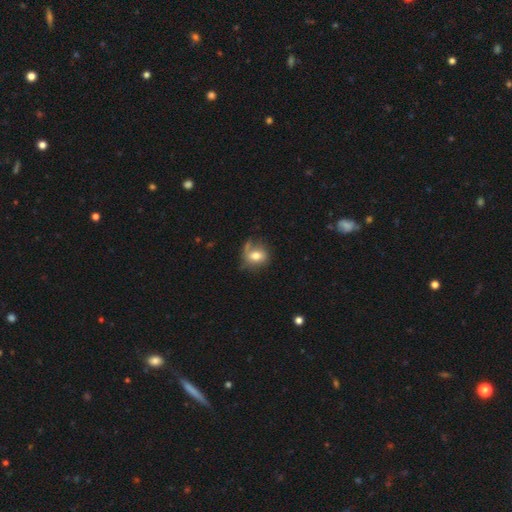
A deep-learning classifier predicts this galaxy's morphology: smooth 70%, featured or disk 20%, star or artifact 9%. Down the decision tree: how rounded — round (53%); merging — none (50%).